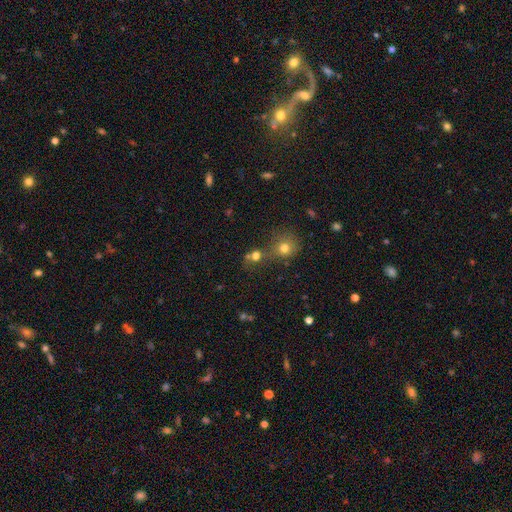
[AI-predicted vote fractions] Smooth or featured: smooth — 69% (star or artifact — 20%)
How rounded: round — 82% (in between — 17%)
Merging: merger — 47% (none — 40%)